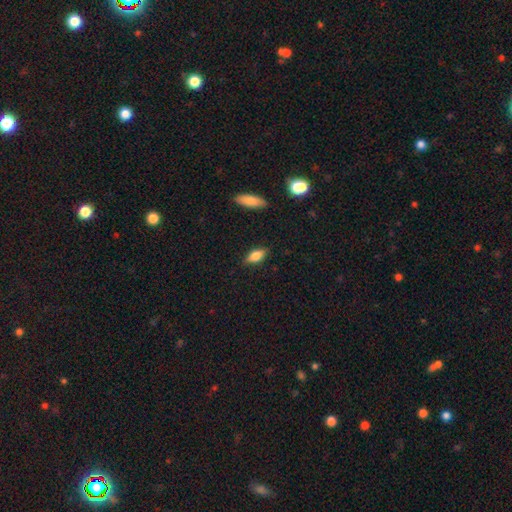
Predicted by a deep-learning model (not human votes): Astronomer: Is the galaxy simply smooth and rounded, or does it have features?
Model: smooth — 75%.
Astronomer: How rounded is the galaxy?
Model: in between — 80%.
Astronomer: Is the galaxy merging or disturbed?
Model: none — 85%.